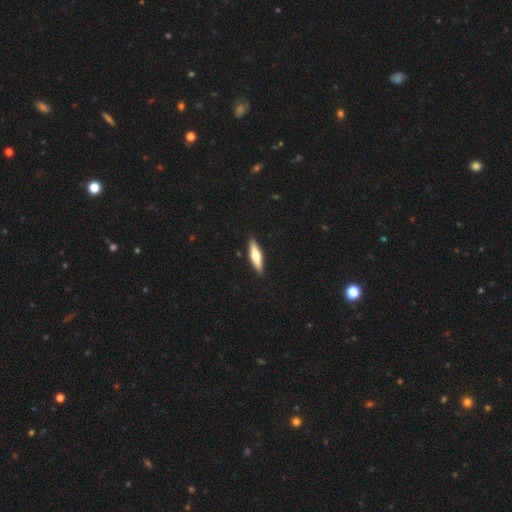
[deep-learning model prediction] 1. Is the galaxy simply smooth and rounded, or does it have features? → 48% smooth, 47% featured or disk, 5% star or artifact.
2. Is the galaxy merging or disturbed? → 91% none, 7% minor disturbance, 1% major disturbance, 1% merger.